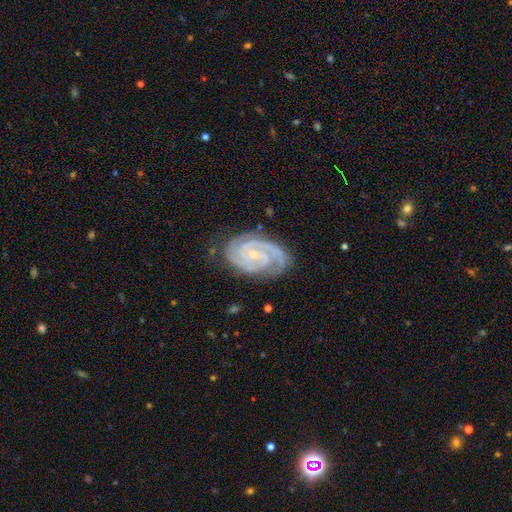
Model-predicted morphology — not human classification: Smooth or featured?
  - featured or disk: 88% *
  - star or artifact: 7%
  - smooth: 5%
Edge-on disk?
  - no: 97% *
  - yes: 3%
Bar?
  - no: 58% *
  - weak: 31%
  - strong: 11%
Spiral arms?
  - yes: 98% *
  - no: 2%
Spiral winding?
  - tight: 77% *
  - medium: 20%
  - loose: 3%
Spiral arm count?
  - 2: 68% *
  - 3: 15%
  - can't tell: 8%
  - 4: 4%
  - 1: 3%
  - more than 4: 3%
Bulge size?
  - small: 77% *
  - moderate: 17%
  - none: 4%
  - large: 1%
  - dominant: 1%
Merging?
  - none: 79% *
  - minor disturbance: 15%
  - major disturbance: 4%
  - merger: 1%